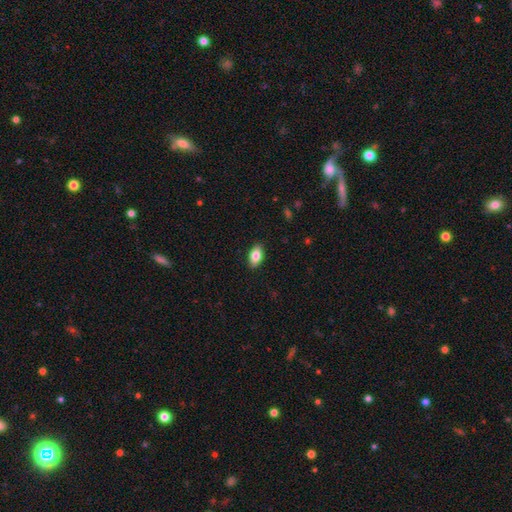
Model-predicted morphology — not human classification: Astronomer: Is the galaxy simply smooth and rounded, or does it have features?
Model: smooth — 80%.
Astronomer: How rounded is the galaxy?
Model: in between — 91%.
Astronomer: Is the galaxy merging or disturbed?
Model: none — 89%.